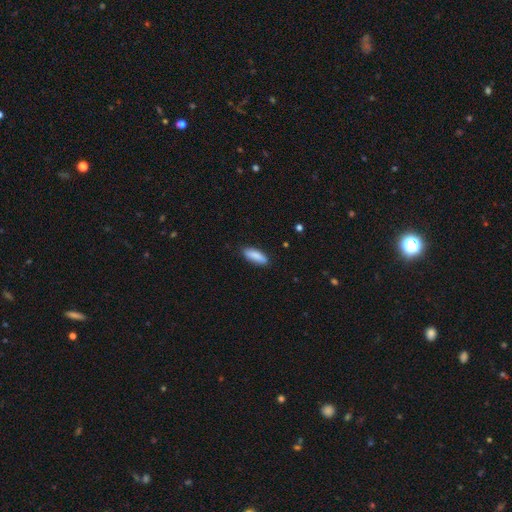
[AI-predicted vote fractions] smooth 87%, featured or disk 7%, star or artifact 6%. Down the decision tree: how rounded — in between (56%); merging — none (86%).